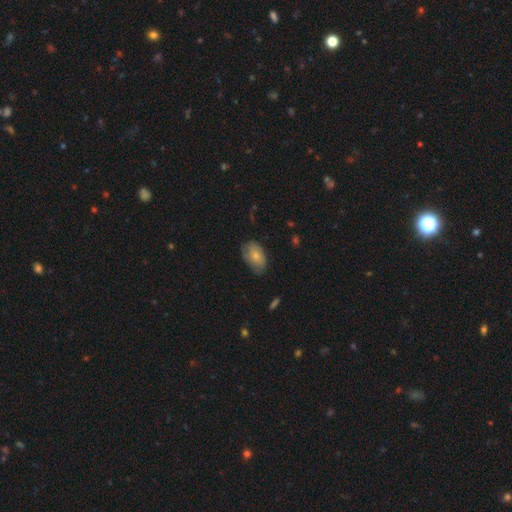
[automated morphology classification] Smooth or featured?
  - smooth: 71% *
  - featured or disk: 22%
  - star or artifact: 7%
How rounded?
  - in between: 90% *
  - round: 8%
  - cigar-shaped: 2%
Merging?
  - none: 66% *
  - minor disturbance: 27%
  - major disturbance: 6%
  - merger: 1%